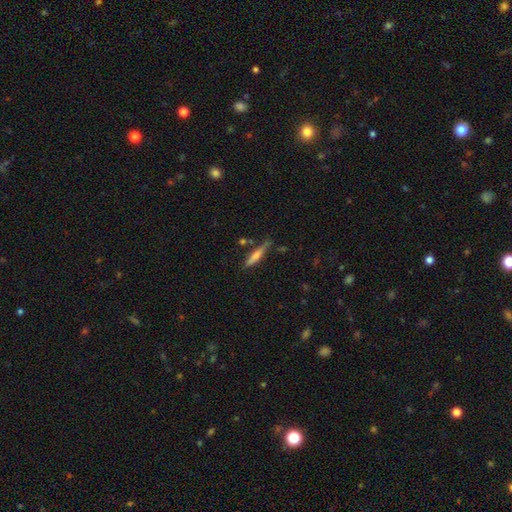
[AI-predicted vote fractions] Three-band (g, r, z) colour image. It shows a smooth galaxy with no disk features (53%) that is cigar-shaped (88%). Merging: none (69%).